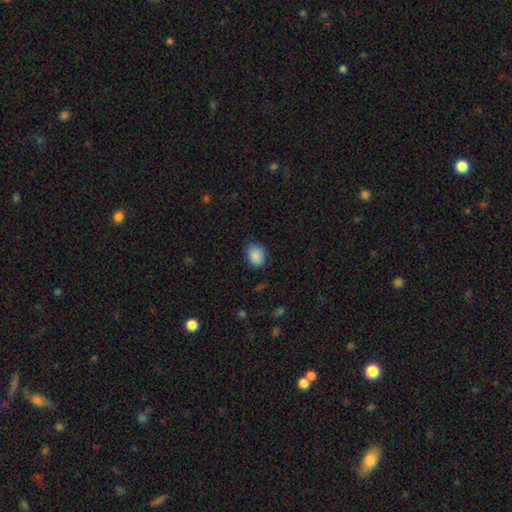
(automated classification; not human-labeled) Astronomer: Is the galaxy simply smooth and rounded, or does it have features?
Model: smooth — 88%.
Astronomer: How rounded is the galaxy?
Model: in between — 59% (runner-up: round, 40%).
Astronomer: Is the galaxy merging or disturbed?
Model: none — 80%.